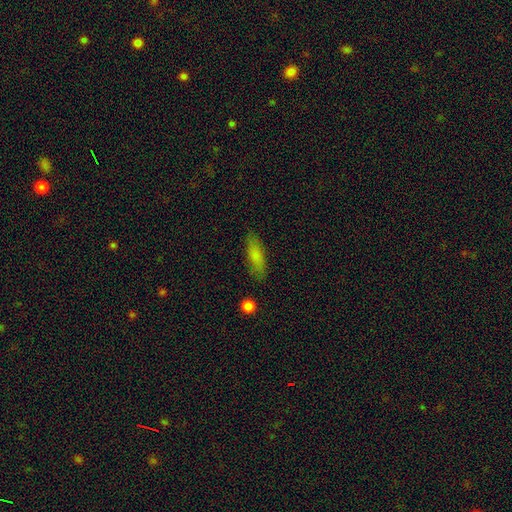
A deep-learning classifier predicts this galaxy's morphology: This appears to be a smooth galaxy with no disk features (77%) that is in between round and cigar-shaped (53%). Merging: none (82%).